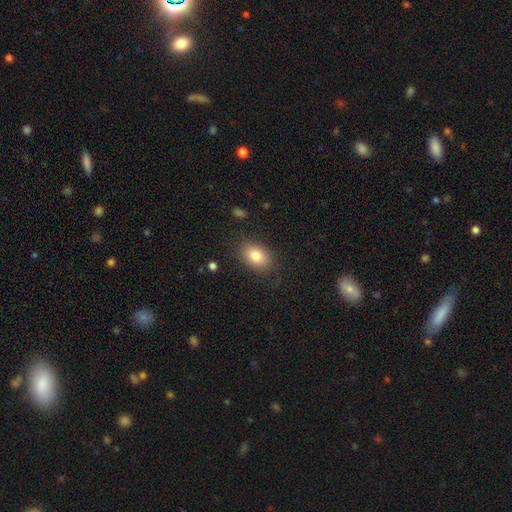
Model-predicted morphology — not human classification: type=smooth (81%); roundness=in between (79%); merging=none (83%).